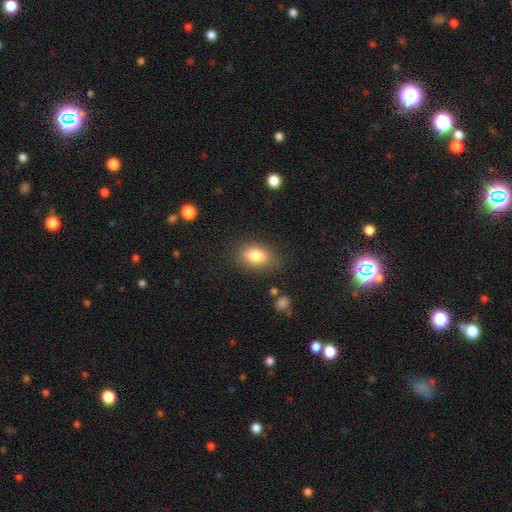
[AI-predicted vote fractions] Q: Smooth or featured?
A: smooth (80%); runner-up: featured or disk (11%)
Q: How rounded?
A: in between (81%); runner-up: round (17%)
Q: Merging?
A: none (79%); runner-up: minor disturbance (15%)